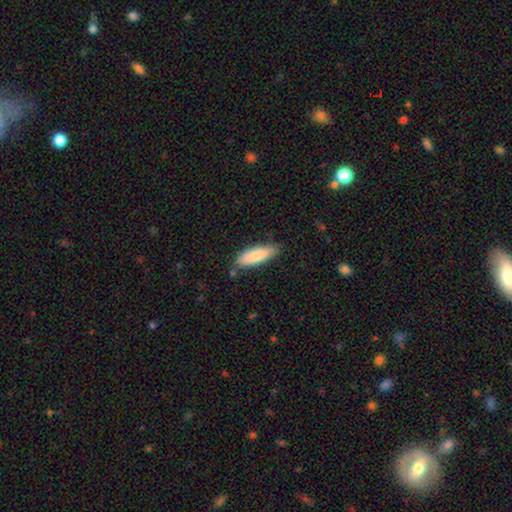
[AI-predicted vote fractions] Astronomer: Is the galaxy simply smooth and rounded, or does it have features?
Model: smooth — 82%.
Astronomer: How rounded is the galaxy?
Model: cigar-shaped — 51% (runner-up: in between, 48%).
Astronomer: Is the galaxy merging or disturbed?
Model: none — 80%.